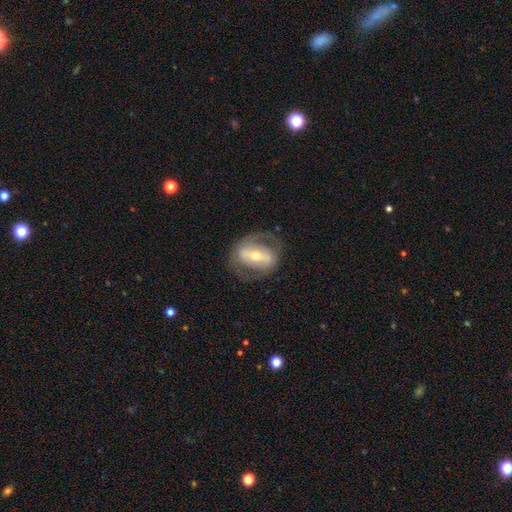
This is likely a featured or disk galaxy (68%). It is clearly not viewed edge-on (92%). Bar: possibly strong (54%). Spiral arm pattern: possibly no (54%). Central bulge: likely moderate (62%). Merging: likely none (68%).